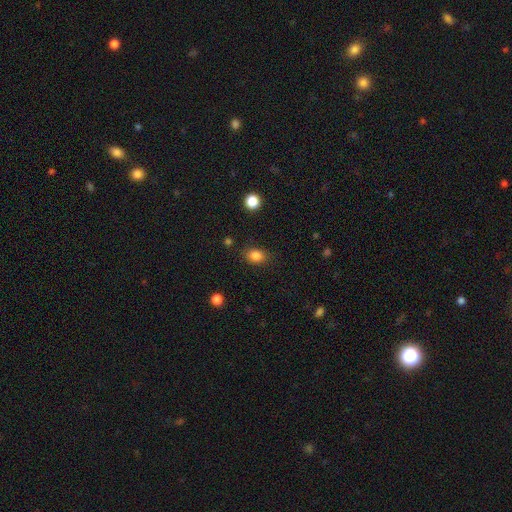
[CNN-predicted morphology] Overall: smooth (84%). How rounded: in between (65%; round 33%). Merging: none (84%).